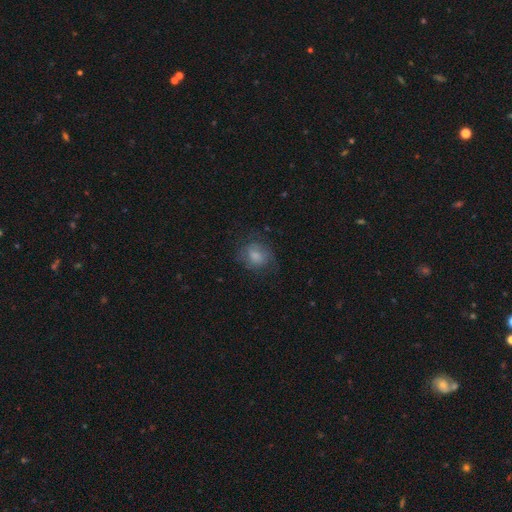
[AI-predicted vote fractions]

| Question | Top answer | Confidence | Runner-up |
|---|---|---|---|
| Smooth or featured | smooth | 70% | featured or disk (21%) |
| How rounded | round | 55% | in between (44%) |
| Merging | none | 62% | minor disturbance (22%) |